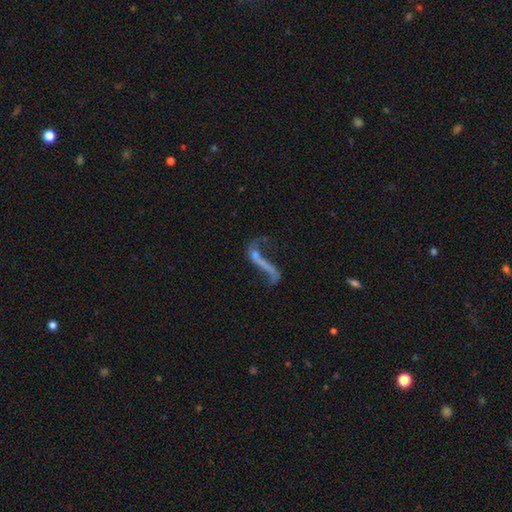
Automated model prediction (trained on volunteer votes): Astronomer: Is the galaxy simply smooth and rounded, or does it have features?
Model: featured or disk — 69%.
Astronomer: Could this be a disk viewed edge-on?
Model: no — 86%.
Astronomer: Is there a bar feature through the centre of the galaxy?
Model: no — 51% (runner-up: strong, 27%).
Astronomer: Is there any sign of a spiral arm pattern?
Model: yes — 62% (runner-up: no, 38%).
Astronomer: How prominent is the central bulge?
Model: none — 63%.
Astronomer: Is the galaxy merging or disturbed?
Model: major disturbance — 35%, tied with none at 35%.